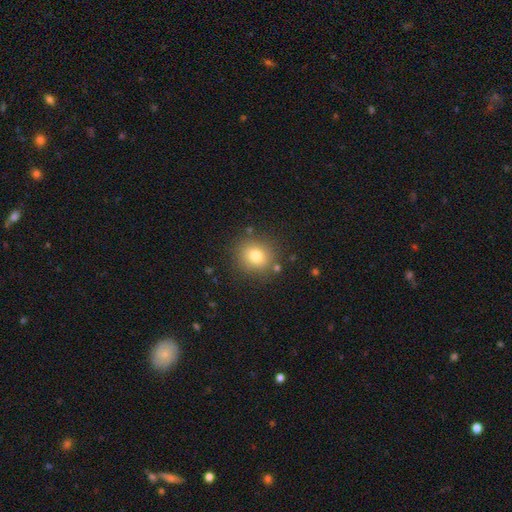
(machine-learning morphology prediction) Smooth or featured: smooth — 78% (star or artifact — 13%)
How rounded: round — 84% (in between — 15%)
Merging: none — 84% (minor disturbance — 9%)